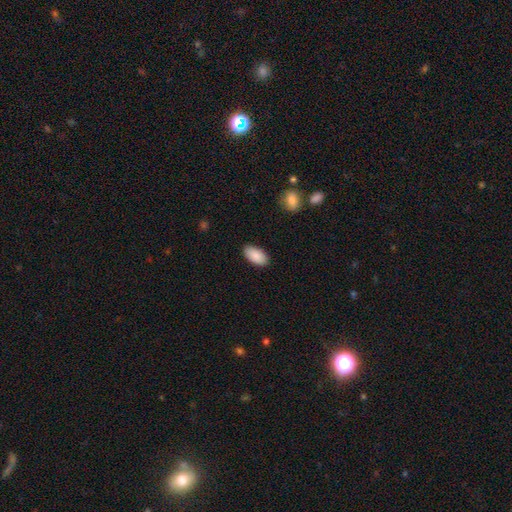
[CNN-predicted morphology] Smooth or featured?
  - smooth: 89% *
  - star or artifact: 6%
  - featured or disk: 5%
How rounded?
  - in between: 95% *
  - round: 2%
  - cigar-shaped: 2%
Merging?
  - none: 88% *
  - minor disturbance: 9%
  - major disturbance: 2%
  - merger: 1%